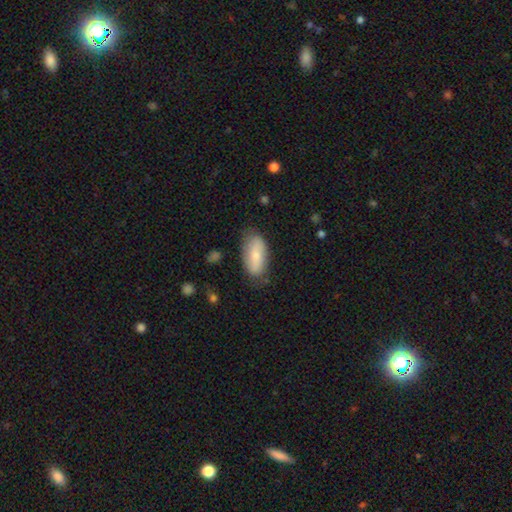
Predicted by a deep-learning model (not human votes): smooth_or_featured: smooth (p=0.68) [alt: featured or disk p=0.26]
how_rounded: in between (p=0.88) [alt: cigar-shaped p=0.09]
merging: none (p=0.73) [alt: minor disturbance p=0.21]